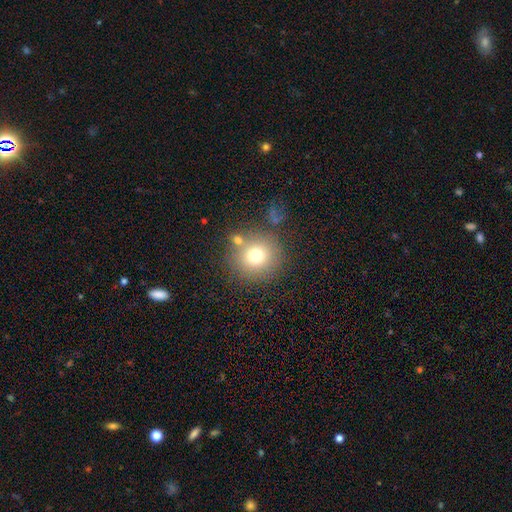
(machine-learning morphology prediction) Smooth or featured: smooth — 73% (star or artifact — 14%)
How rounded: round — 92% (in between — 7%)
Merging: none — 76% (minor disturbance — 10%)